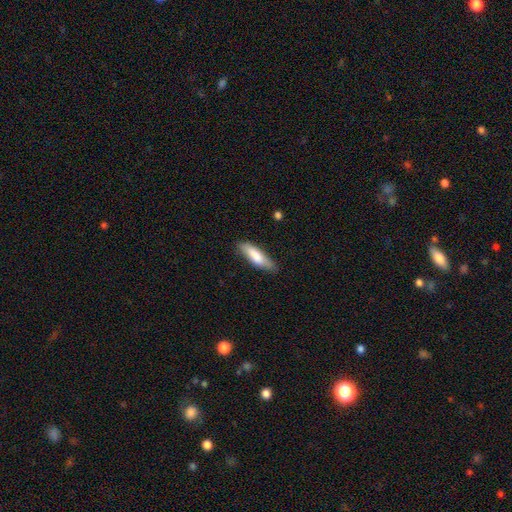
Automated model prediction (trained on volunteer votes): A smooth galaxy with no disk features (77%) that is cigar-shaped (58%).

Vote fractions:
- Smooth or featured? smooth: 77% / featured or disk: 17% / star or artifact: 6%
- How rounded? cigar-shaped: 58% / in between: 40% / round: 2%
- Merging? none: 75% / minor disturbance: 20% / major disturbance: 4% / merger: 2%